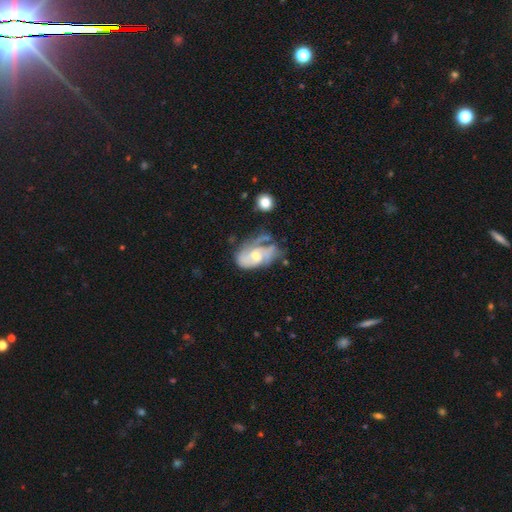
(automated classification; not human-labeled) This is likely a featured or disk galaxy (67%). It is clearly not viewed edge-on (96%). Bar: likely no (66%). Spiral arm pattern: likely yes (74%). Central bulge: likely moderate (61%). Merging: marginally major disturbance (33%).